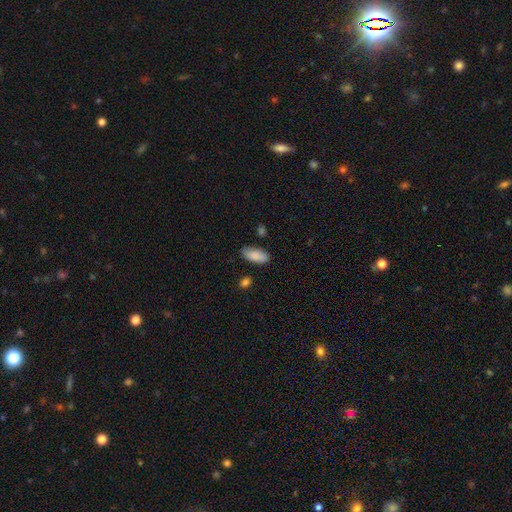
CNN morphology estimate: smooth-or-featured: smooth: 86% | featured or disk: 7% | star or artifact: 6%
  how-rounded: in between: 89% | cigar-shaped: 9% | round: 2%
  merging: none: 79% | minor disturbance: 15% | major disturbance: 3% | merger: 3%